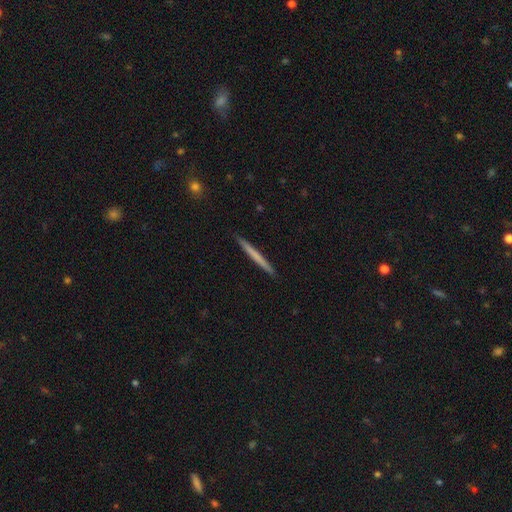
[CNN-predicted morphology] A smooth galaxy with no disk features (60%) that is cigar-shaped (97%).

Vote fractions:
- Smooth or featured? smooth: 60% / featured or disk: 35% / star or artifact: 5%
- How rounded? cigar-shaped: 97% / in between: 2% / round: 1%
- Merging? none: 92% / minor disturbance: 6% / major disturbance: 1% / merger: 1%